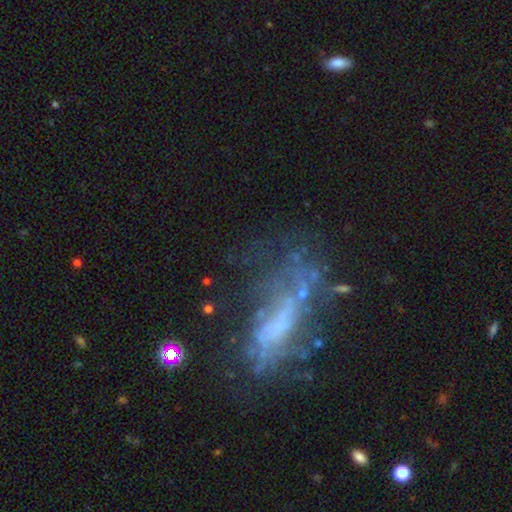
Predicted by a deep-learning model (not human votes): A featured or disk galaxy (56%). Merging: none (42%).